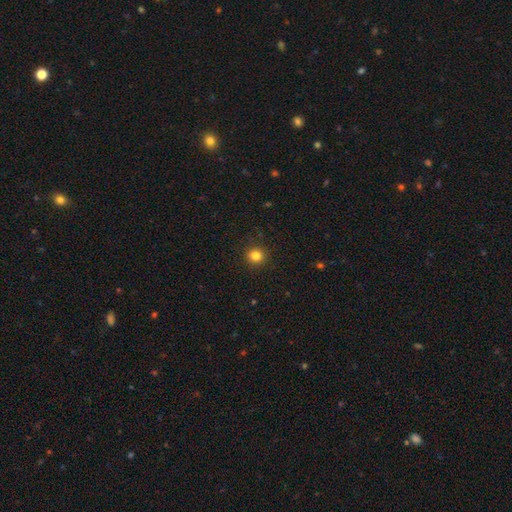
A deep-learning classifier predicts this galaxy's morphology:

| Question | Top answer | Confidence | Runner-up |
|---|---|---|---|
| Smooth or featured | smooth | 83% | star or artifact (12%) |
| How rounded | round | 91% | in between (8%) |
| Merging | none | 91% | minor disturbance (6%) |